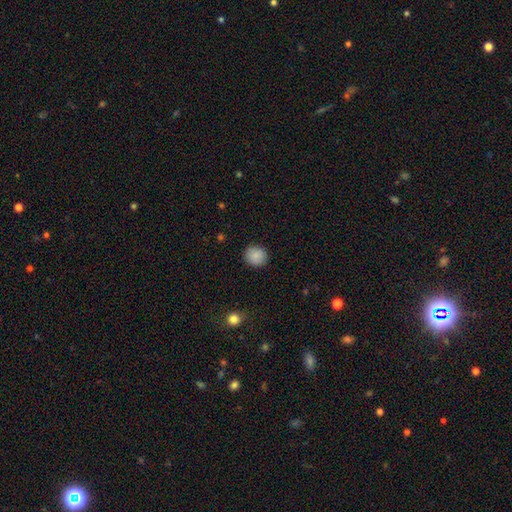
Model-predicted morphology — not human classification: Overall: smooth (88%). How rounded: round (86%). Merging: none (90%).